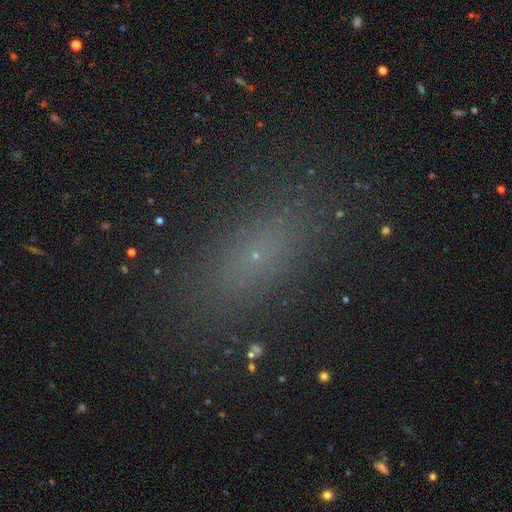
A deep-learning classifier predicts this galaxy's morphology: Smooth or featured? Predicted: smooth (p=0.60). How rounded? Predicted: in between (p=0.57). Merging? Predicted: none (p=0.85).